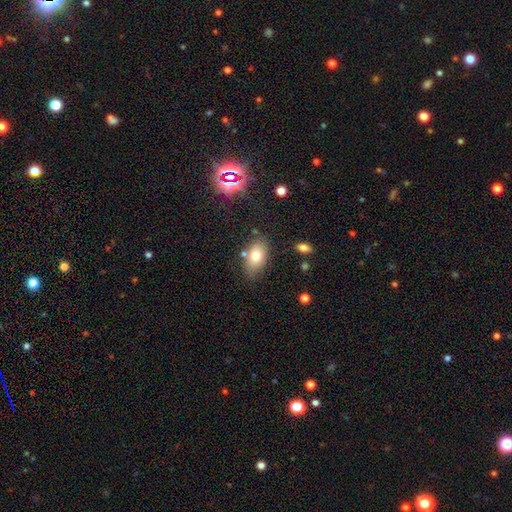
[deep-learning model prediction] smooth 75%, featured or disk 15%, star or artifact 10%. Down the decision tree: how rounded — in between (88%); merging — none (74%).